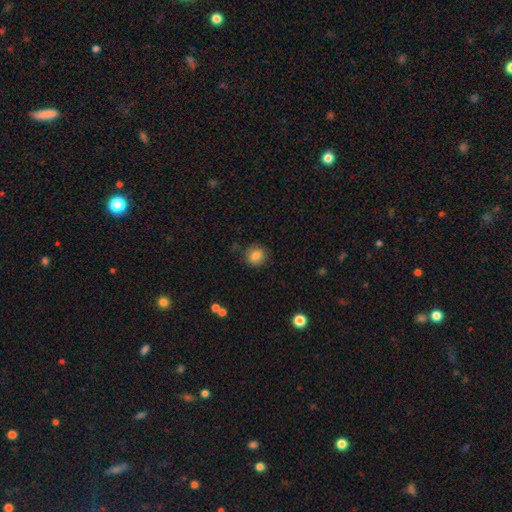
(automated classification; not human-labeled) This appears to be a smooth galaxy with no disk features (83%) that is round (81%). Merging: none (85%).